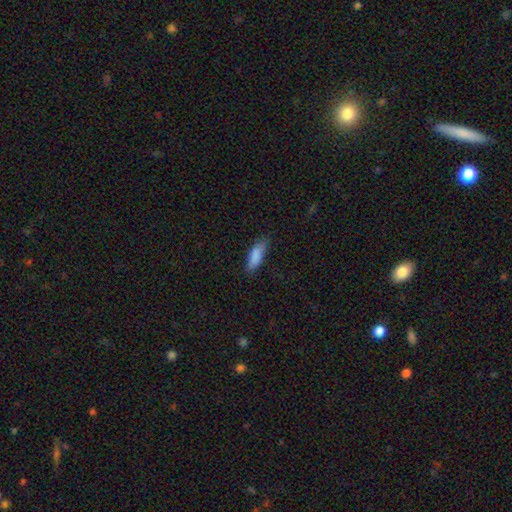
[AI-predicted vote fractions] smooth_or_featured: smooth (p=0.86) [alt: featured or disk p=0.08]
how_rounded: in between (p=0.63) [alt: cigar-shaped p=0.35]
merging: none (p=0.75) [alt: minor disturbance p=0.20]